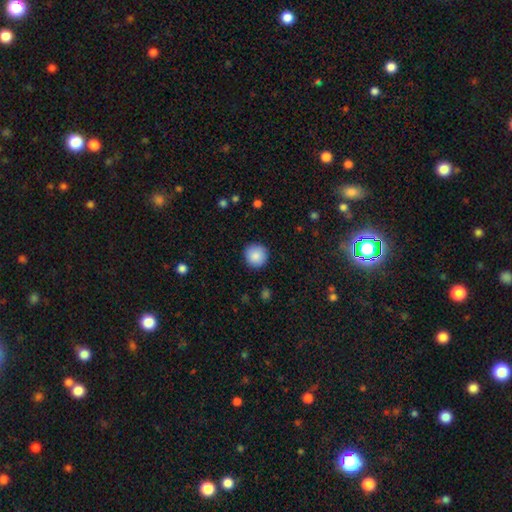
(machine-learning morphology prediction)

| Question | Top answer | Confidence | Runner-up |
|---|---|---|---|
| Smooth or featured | smooth | 88% | star or artifact (8%) |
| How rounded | round | 95% | in between (5%) |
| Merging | none | 90% | minor disturbance (7%) |